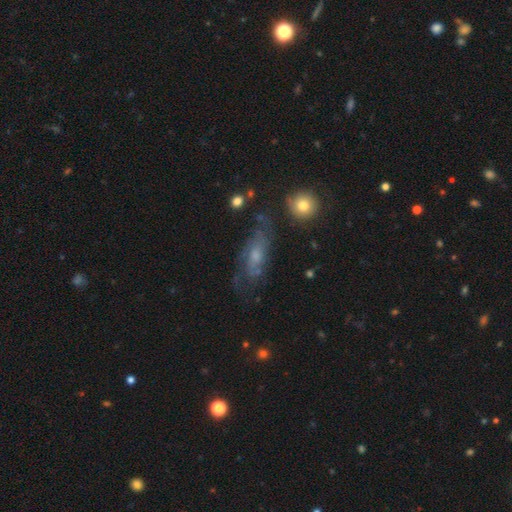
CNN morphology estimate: type=featured or disk (65%); edge-on=no (84%); bar=no (70%); spiral arms=yes (78%); bulge=moderate (47%); merging=none (58%).